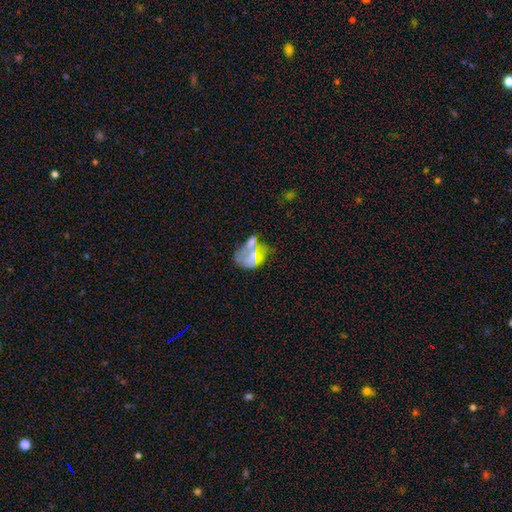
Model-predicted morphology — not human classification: Smooth or featured: smooth — 50% (featured or disk — 33%)
Merging: none — 31% (tied with merger — 31%)